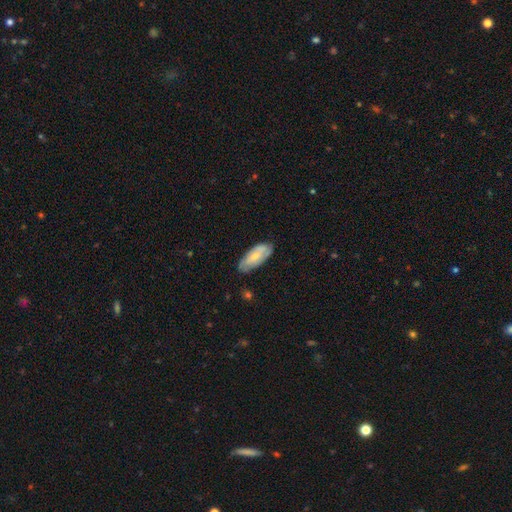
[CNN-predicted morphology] This is possibly a smooth galaxy (55%). How rounded: clearly in between (82%). Merging: likely none (75%).